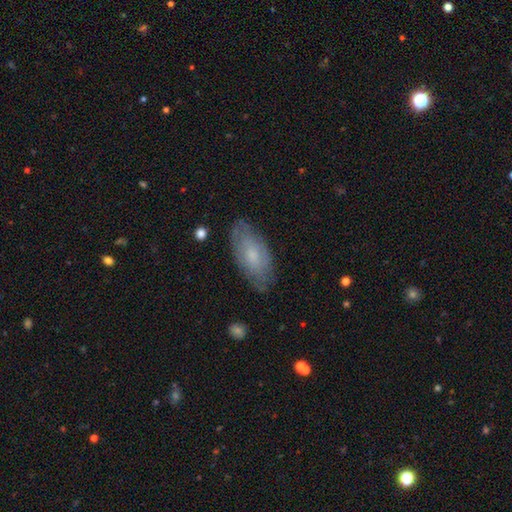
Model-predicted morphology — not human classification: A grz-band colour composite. It shows a featured or disk galaxy (47%). Merging: none (81%).